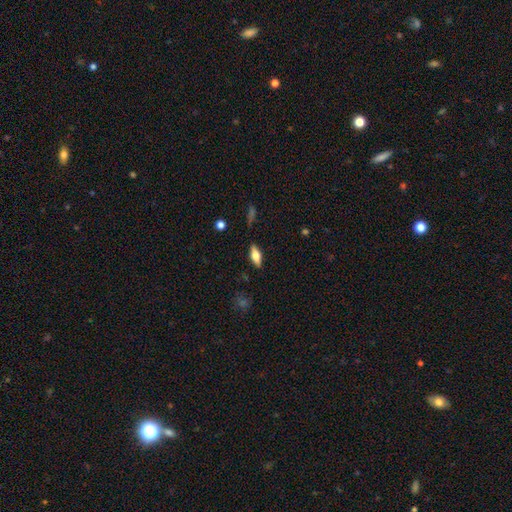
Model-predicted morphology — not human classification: A smooth galaxy with no disk features (53%) that is in between round and cigar-shaped (71%).

Vote fractions:
- Smooth or featured? smooth: 53% / featured or disk: 40% / star or artifact: 7%
- How rounded? in between: 71% / cigar-shaped: 26% / round: 3%
- Merging? none: 86% / minor disturbance: 10% / major disturbance: 2% / merger: 1%